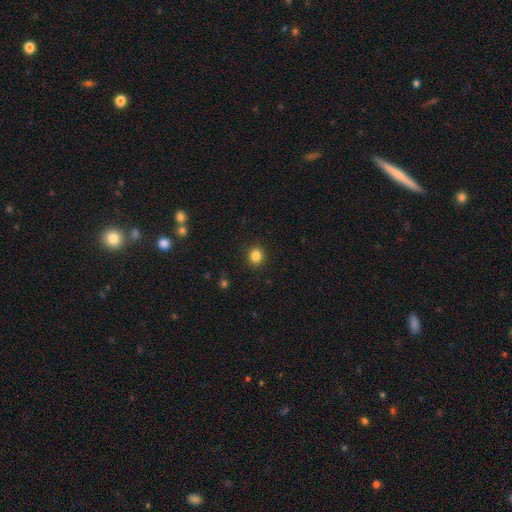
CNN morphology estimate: Q: Smooth or featured?
A: smooth (84%); runner-up: star or artifact (11%)
Q: How rounded?
A: round (84%); runner-up: in between (15%)
Q: Merging?
A: none (91%); runner-up: minor disturbance (6%)